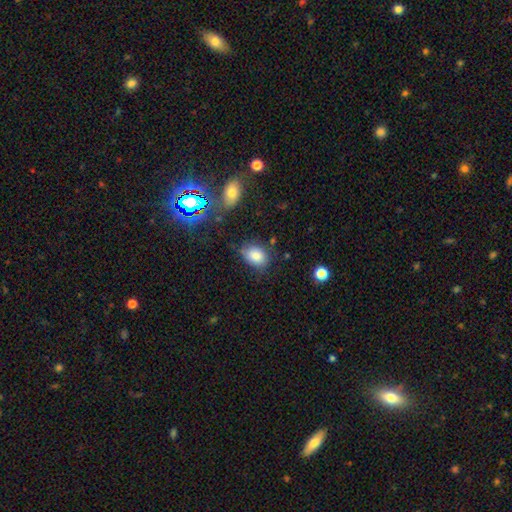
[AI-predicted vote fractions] Smooth or featured: smooth — 83% (star or artifact — 10%)
How rounded: in between — 72% (round — 26%)
Merging: none — 67% (minor disturbance — 23%)